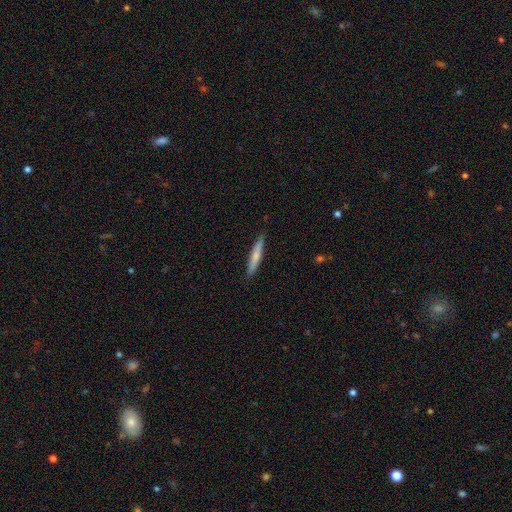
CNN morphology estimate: smooth-or-featured: smooth: 64% | featured or disk: 30% | star or artifact: 6%
  how-rounded: cigar-shaped: 93% | in between: 6% | round: 1%
  merging: none: 88% | minor disturbance: 9% | major disturbance: 2% | merger: 1%